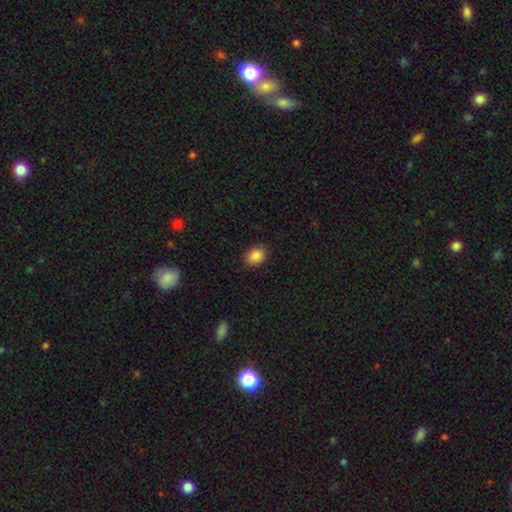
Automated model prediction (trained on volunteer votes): smooth_or_featured: smooth (p=0.87) [alt: star or artifact p=0.09]
how_rounded: in between (p=0.64) [alt: round p=0.35]
merging: none (p=0.85) [alt: minor disturbance p=0.11]